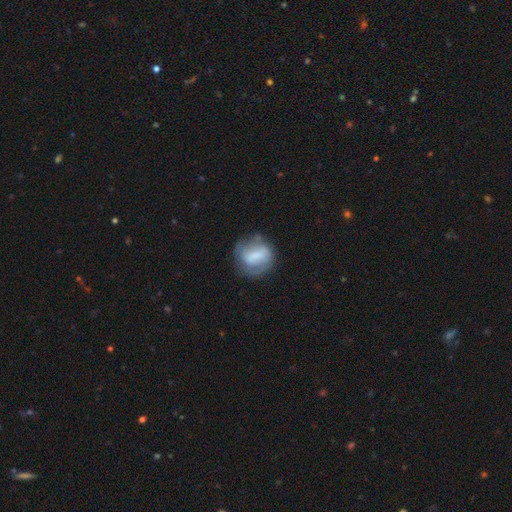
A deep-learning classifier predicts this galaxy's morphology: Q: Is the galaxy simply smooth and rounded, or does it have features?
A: smooth — 48%.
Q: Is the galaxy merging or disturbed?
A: none — 55%.